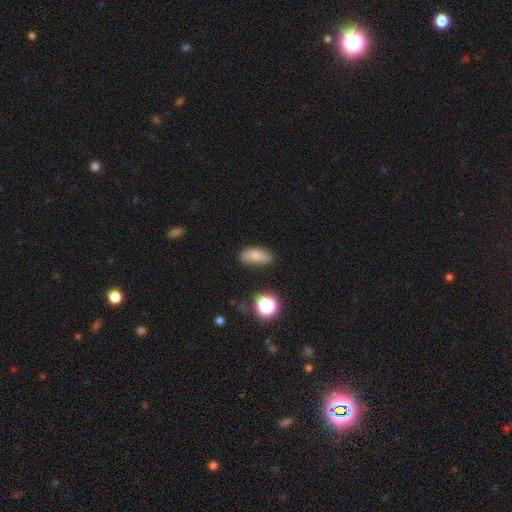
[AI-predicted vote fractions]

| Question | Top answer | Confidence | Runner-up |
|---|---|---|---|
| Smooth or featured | smooth | 77% | star or artifact (12%) |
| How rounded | in between | 80% | cigar-shaped (13%) |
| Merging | none | 64% | minor disturbance (25%) |